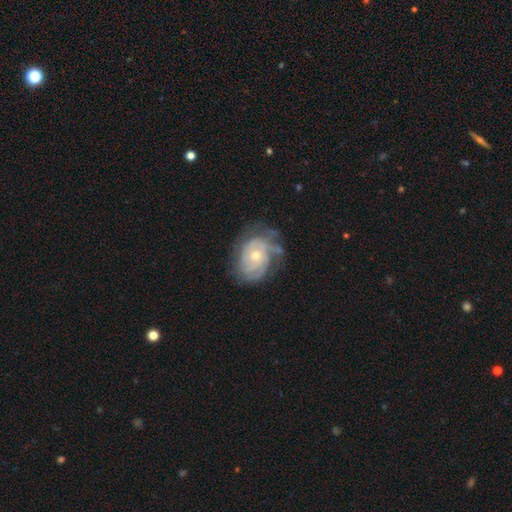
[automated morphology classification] Smooth or featured? Predicted: featured or disk (p=0.82). Edge-on disk? Predicted: no (p=0.97). Bar? Predicted: no (p=0.78). Spiral arms? Predicted: yes (p=0.94). Spiral winding? Predicted: tight (p=0.67). Spiral arm count? Predicted: can't tell (p=0.35). Bulge size? Predicted: small (p=0.50). Merging? Predicted: none (p=0.61).